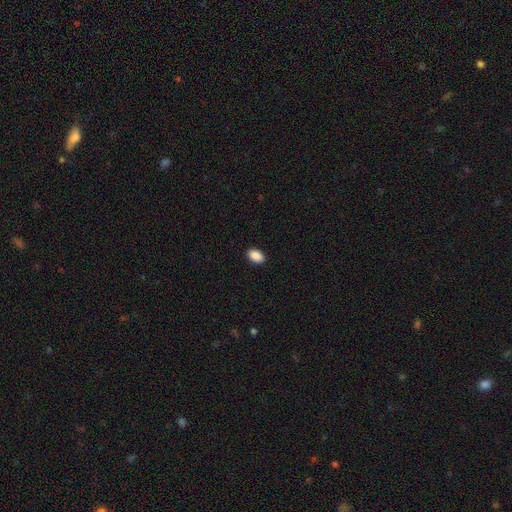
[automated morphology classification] smooth 90%, star or artifact 7%, featured or disk 2%. Down the decision tree: how rounded — in between (90%); merging — none (90%).